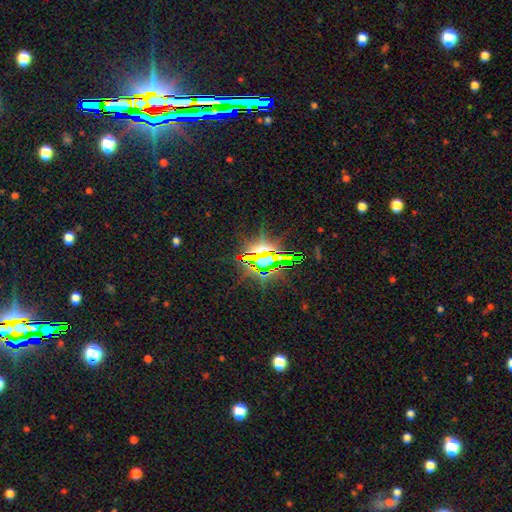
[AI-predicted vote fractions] smooth-or-featured: star or artifact: 80% | featured or disk: 11% | smooth: 10%